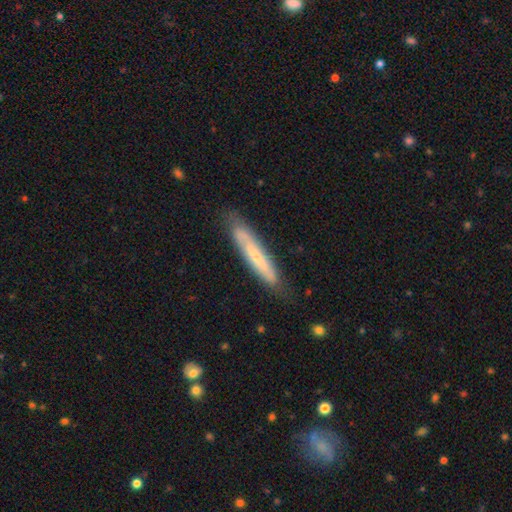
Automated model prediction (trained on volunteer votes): A smooth galaxy with no disk features (54%) that is cigar-shaped (91%). Merging: none (75%).